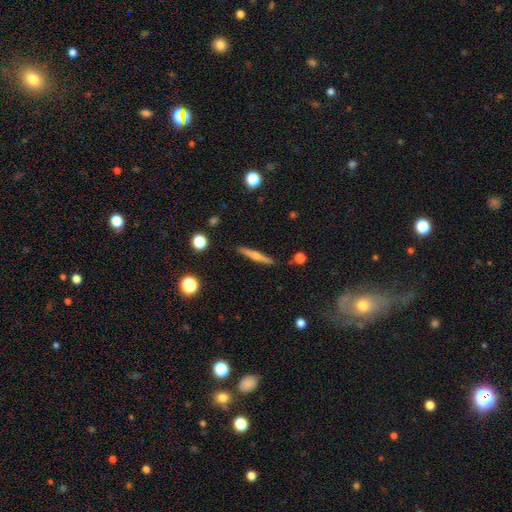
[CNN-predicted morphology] A smooth galaxy with no disk features (51%) that is cigar-shaped (93%). Merging: none (88%).